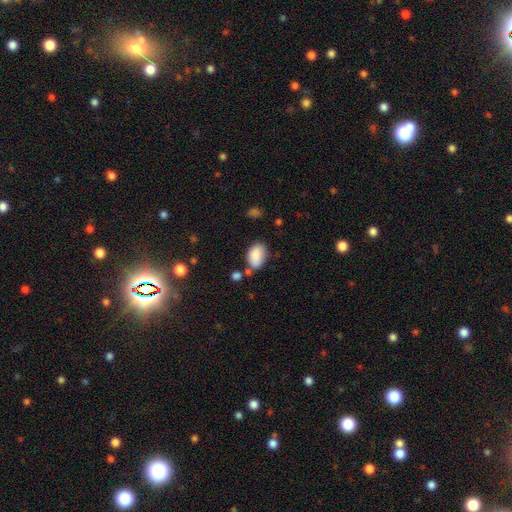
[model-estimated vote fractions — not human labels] Smooth or featured?
  - smooth: 86% *
  - star or artifact: 7%
  - featured or disk: 6%
How rounded?
  - in between: 88% *
  - round: 11%
  - cigar-shaped: 1%
Merging?
  - none: 63% *
  - minor disturbance: 22%
  - merger: 10%
  - major disturbance: 5%